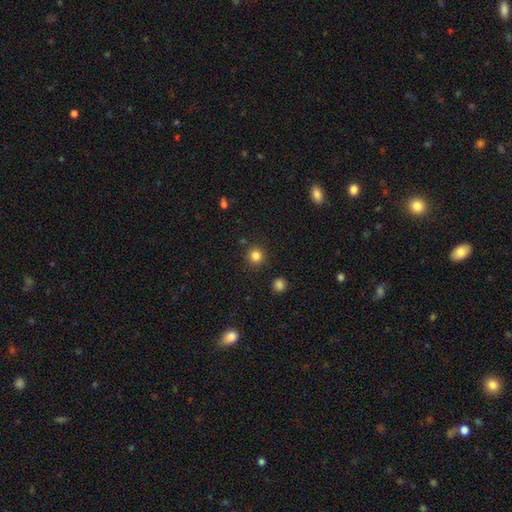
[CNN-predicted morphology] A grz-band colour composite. It shows a smooth galaxy with no disk features (83%) that is round (93%). Merging: none (89%).